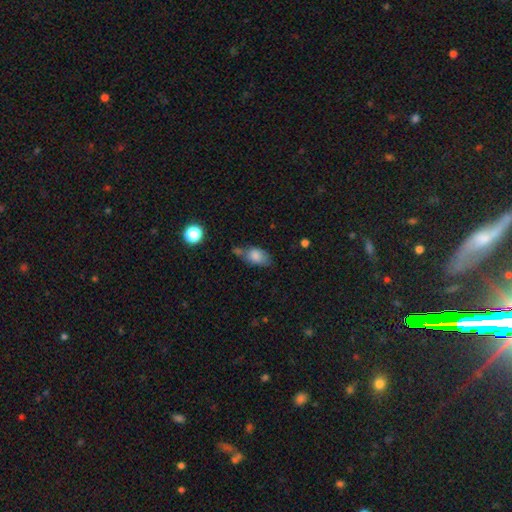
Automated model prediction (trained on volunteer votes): Overall: smooth (79%). How rounded: in between (87%). Merging: none (45%; minor disturbance 27%).